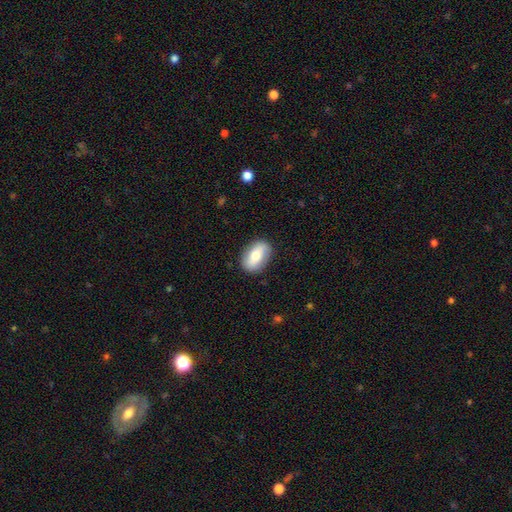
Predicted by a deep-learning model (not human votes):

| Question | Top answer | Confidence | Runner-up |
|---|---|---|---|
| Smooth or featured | smooth | 67% | featured or disk (27%) |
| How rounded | in between | 85% | round (13%) |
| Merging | none | 86% | minor disturbance (10%) |